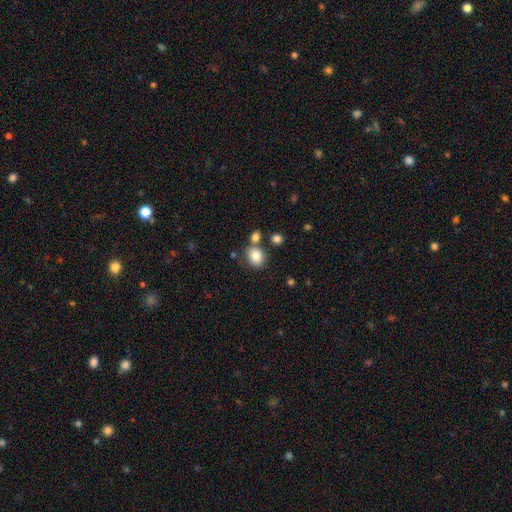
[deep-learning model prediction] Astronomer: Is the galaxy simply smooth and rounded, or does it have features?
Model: smooth — 82%.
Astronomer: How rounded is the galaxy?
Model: round — 64%.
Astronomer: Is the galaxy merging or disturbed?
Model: none — 65%.